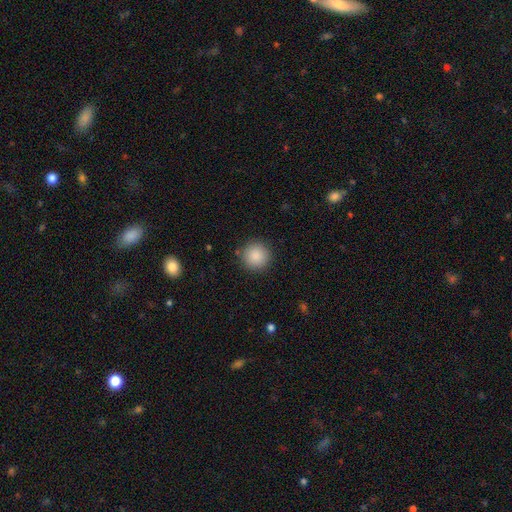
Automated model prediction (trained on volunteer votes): This appears to be a smooth galaxy with no disk features (88%) that is round (95%). Merging: none (90%).